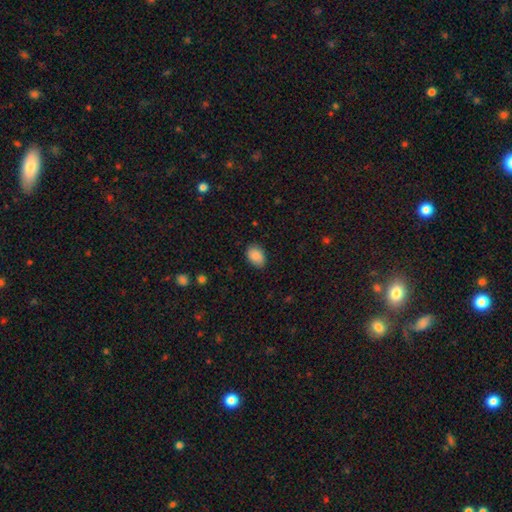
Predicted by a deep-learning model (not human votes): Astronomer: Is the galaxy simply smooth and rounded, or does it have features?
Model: smooth — 88%.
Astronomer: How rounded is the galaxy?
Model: in between — 83%.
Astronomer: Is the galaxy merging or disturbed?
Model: none — 82%.